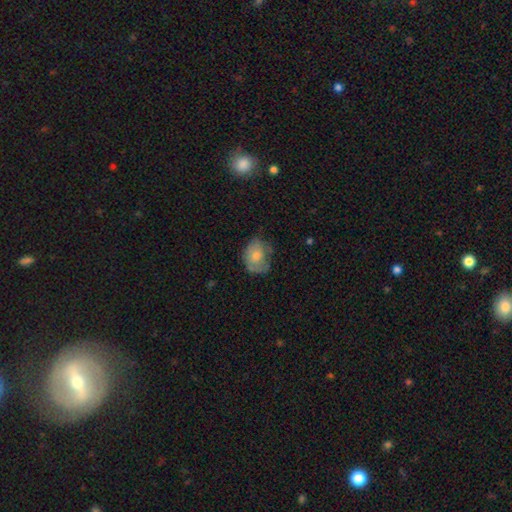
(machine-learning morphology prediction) The model was most divided on "merging": none: 49%, minor disturbance: 32%, major disturbance: 17%, merger: 2%. More confident: smooth or featured — smooth (64%); how rounded — in between (60%).